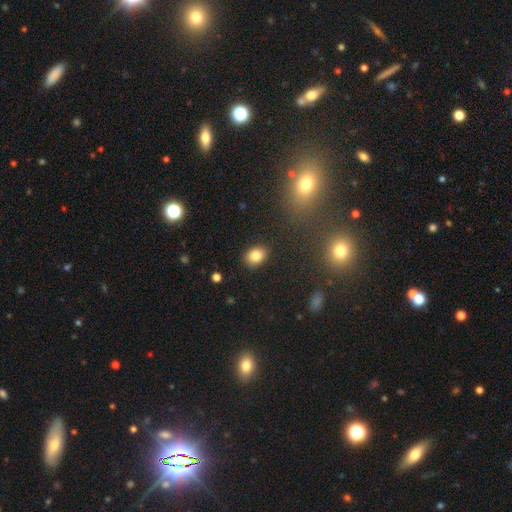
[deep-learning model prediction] A smooth galaxy with no disk features (83%) that is in between round and cigar-shaped (62%). Merging: none (88%).